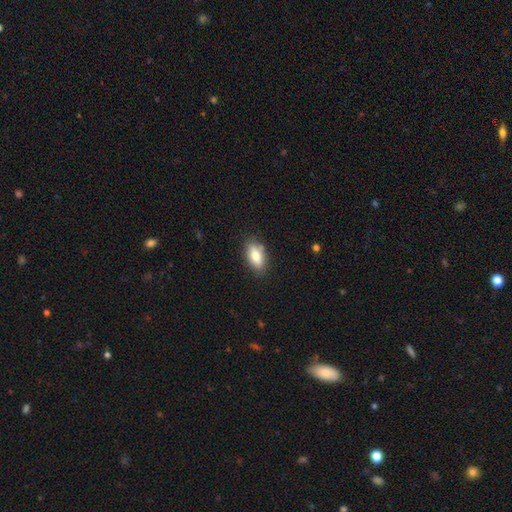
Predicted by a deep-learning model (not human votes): This is likely a smooth galaxy (80%). How rounded: clearly in between (86%). Merging: clearly none (82%).